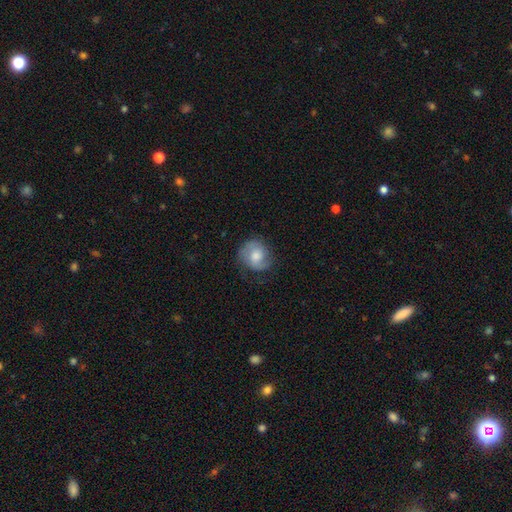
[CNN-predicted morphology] A featured or disk galaxy (53%) with no bar (58%), spiral arms (88%) and a moderate central bulge (58%). Merging: none (73%).